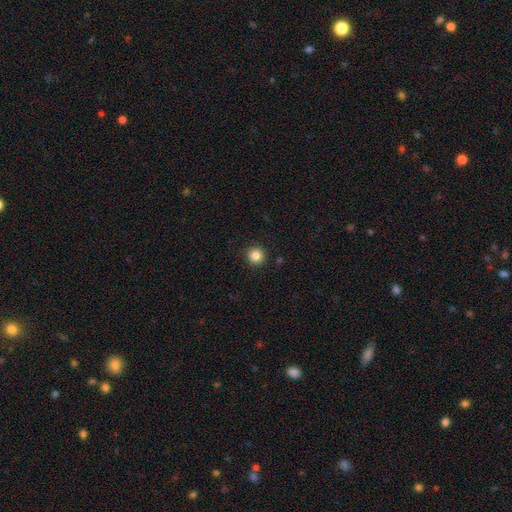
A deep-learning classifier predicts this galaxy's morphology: Overall: smooth (86%). How rounded: round (95%). Merging: none (92%).